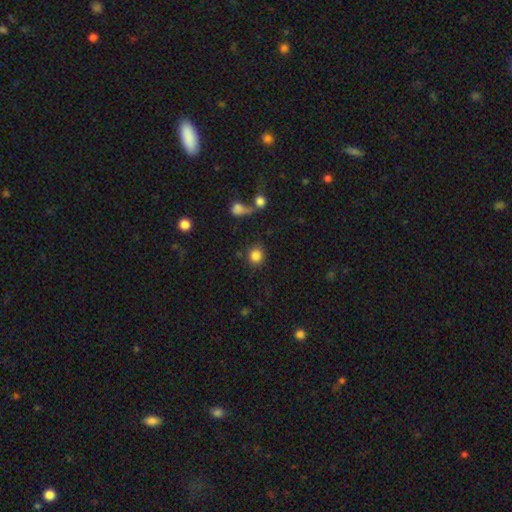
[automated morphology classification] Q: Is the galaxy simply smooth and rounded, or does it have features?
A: smooth — 85%.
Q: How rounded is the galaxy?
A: round — 87%.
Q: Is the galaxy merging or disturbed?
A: none — 80%.